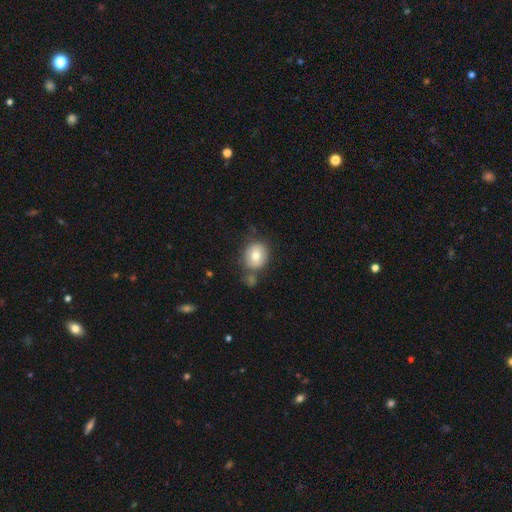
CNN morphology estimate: This appears to be a smooth galaxy with no disk features (77%) that is round (73%). Merging: none (68%).